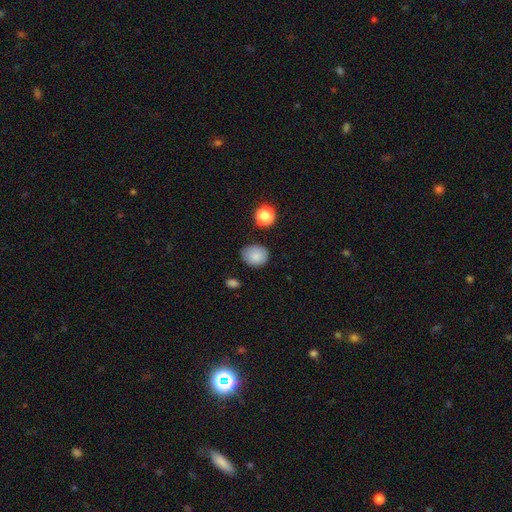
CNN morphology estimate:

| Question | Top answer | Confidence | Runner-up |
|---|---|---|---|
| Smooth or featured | smooth | 85% | star or artifact (9%) |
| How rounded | round | 57% | in between (42%) |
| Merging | none | 76% | minor disturbance (18%) |